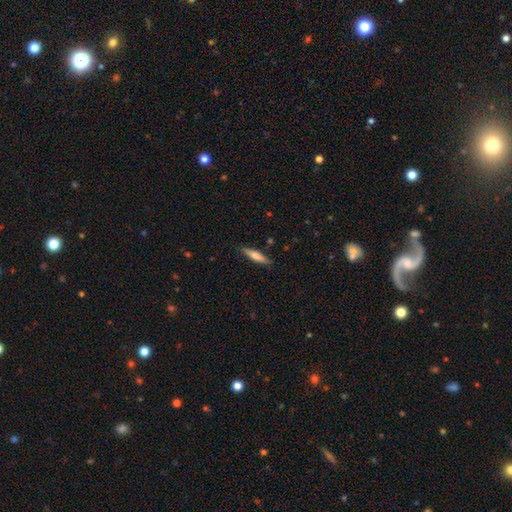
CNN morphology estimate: This is likely a smooth galaxy (61%). How rounded: likely cigar-shaped (78%). Merging: clearly none (86%).